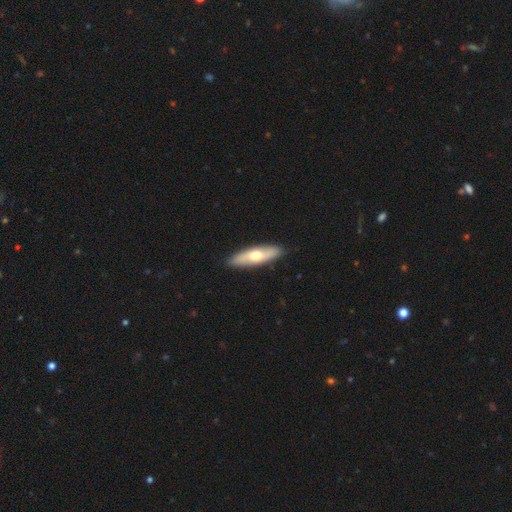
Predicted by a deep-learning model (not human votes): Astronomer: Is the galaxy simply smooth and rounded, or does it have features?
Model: smooth — 54% (runner-up: featured or disk, 42%).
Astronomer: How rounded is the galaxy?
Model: cigar-shaped — 55% (runner-up: in between, 42%).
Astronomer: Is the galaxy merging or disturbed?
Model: none — 89%.